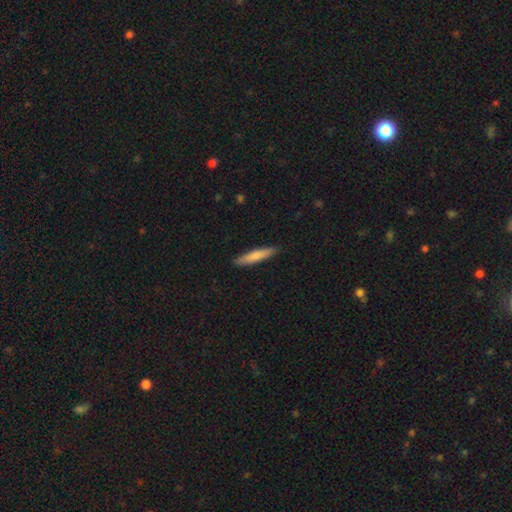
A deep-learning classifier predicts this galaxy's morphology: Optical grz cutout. It shows a smooth galaxy with no disk features (79%) that is cigar-shaped (90%). Merging: none (90%).